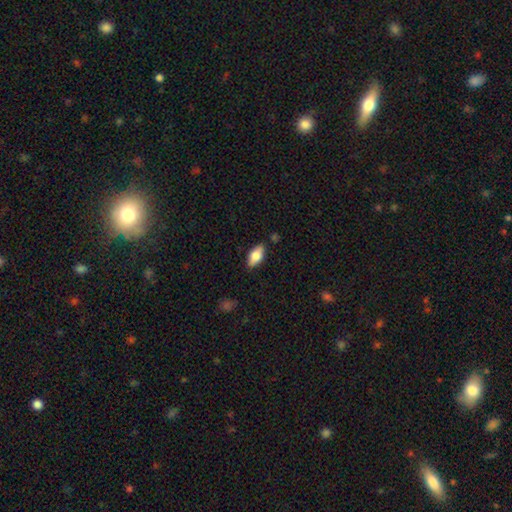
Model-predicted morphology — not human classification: Smooth or featured: smooth — 73% (featured or disk — 21%)
How rounded: in between — 87% (cigar-shaped — 10%)
Merging: none — 85% (minor disturbance — 11%)